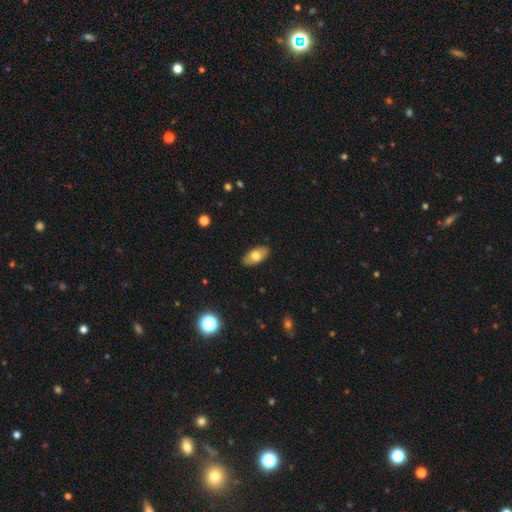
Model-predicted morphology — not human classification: Smooth or featured? smooth (72%)
How rounded? in between (92%)
Merging? none (88%)